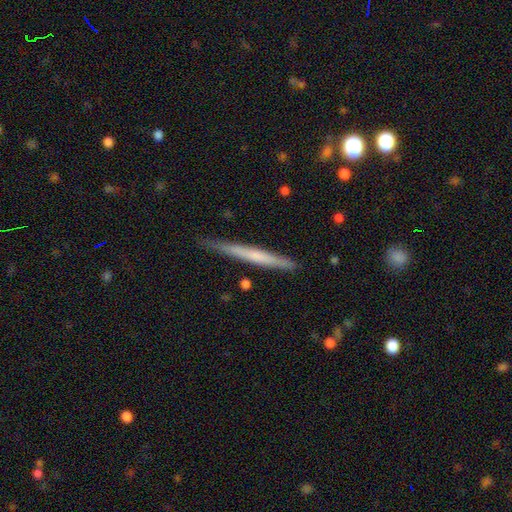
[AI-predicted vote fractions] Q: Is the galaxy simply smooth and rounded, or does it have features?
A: smooth — 48%.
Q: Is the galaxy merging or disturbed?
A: none — 82%.